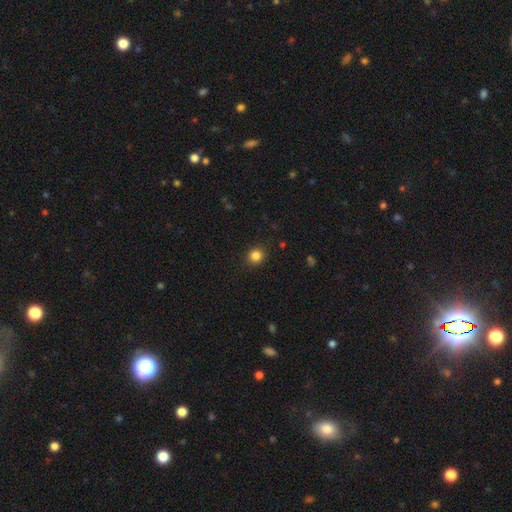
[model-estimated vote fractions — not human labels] Q: Smooth or featured?
A: smooth (84%); runner-up: star or artifact (12%)
Q: How rounded?
A: round (83%); runner-up: in between (16%)
Q: Merging?
A: none (90%); runner-up: minor disturbance (7%)